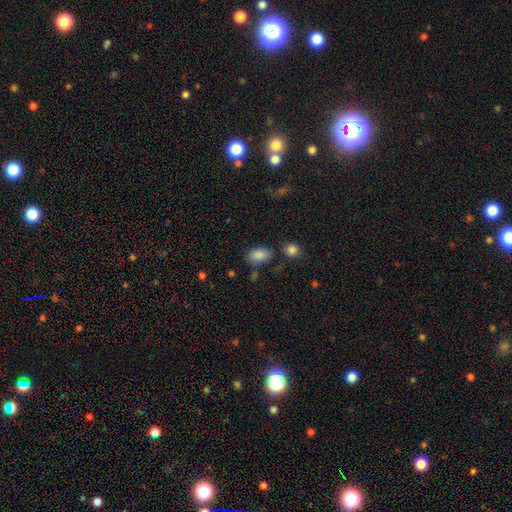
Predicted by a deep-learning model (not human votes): The model was most divided on "merging": none: 71%, minor disturbance: 17%, merger: 7%, major disturbance: 5%. More confident: how rounded — in between (88%); smooth or featured — smooth (86%).